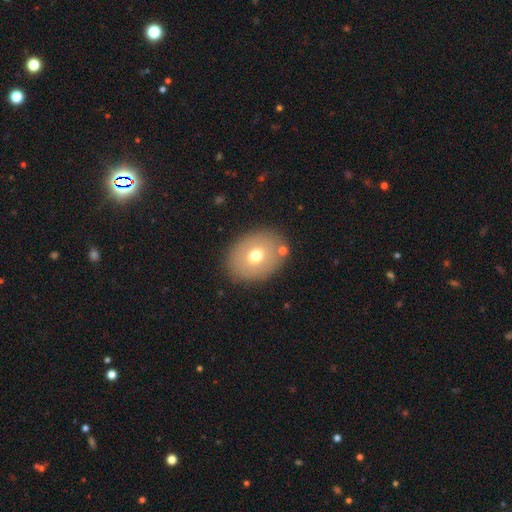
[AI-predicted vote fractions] This appears to be a smooth galaxy with no disk features (67%) that is in between round and cigar-shaped (60%). Merging: none (82%).